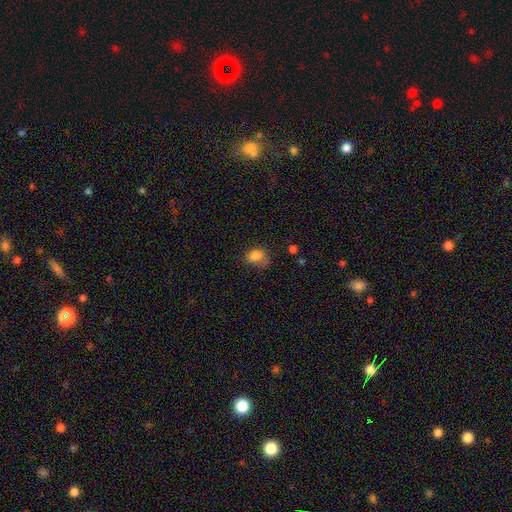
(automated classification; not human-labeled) Q: Smooth or featured?
A: smooth (81%); runner-up: star or artifact (10%)
Q: How rounded?
A: in between (64%); runner-up: round (35%)
Q: Merging?
A: none (49%); runner-up: minor disturbance (31%)